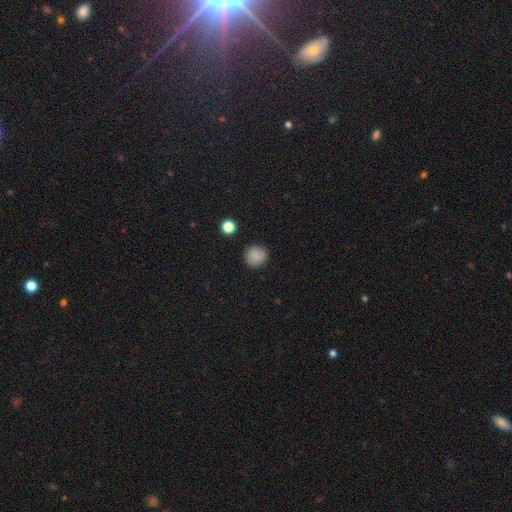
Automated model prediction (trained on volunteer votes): A smooth galaxy with no disk features (85%) that is round (93%). Merging: none (89%).